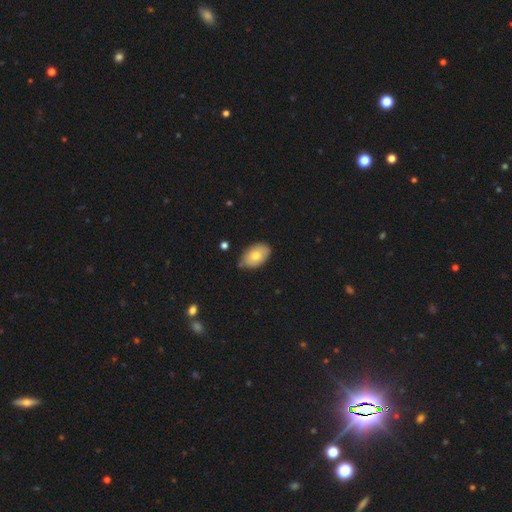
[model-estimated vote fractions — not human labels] Smooth or featured: smooth — 74% (featured or disk — 19%)
How rounded: in between — 90% (round — 9%)
Merging: none — 78% (minor disturbance — 16%)